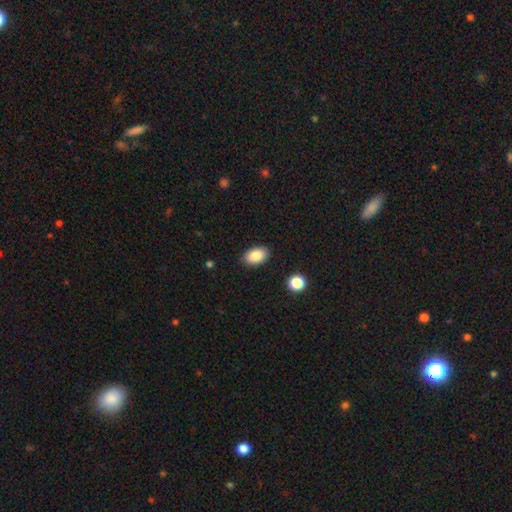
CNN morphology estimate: type=smooth (88%); roundness=in between (91%); merging=none (88%).